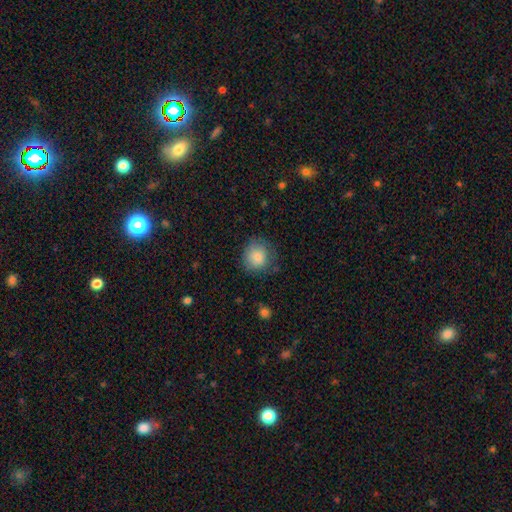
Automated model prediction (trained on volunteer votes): Morphology: type=smooth (84%); roundness=round (80%); merging=none (73%).